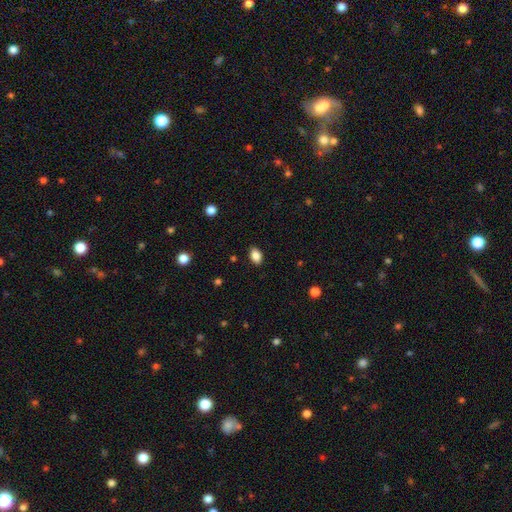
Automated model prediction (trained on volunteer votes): Morphology: type=smooth (87%); roundness=in between (86%); merging=none (87%).